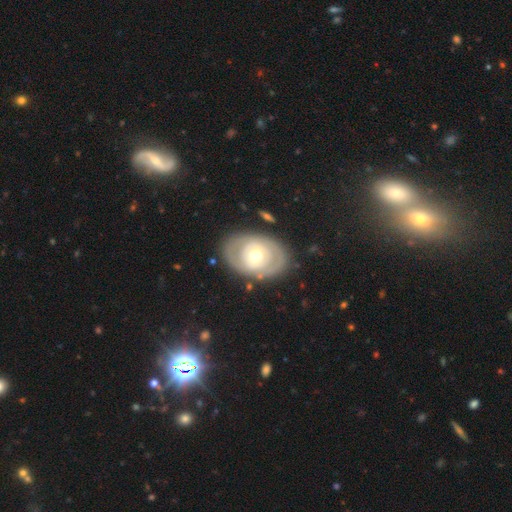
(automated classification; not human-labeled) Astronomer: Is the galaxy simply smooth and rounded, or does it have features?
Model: featured or disk — 70%.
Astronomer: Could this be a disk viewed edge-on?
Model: no — 95%.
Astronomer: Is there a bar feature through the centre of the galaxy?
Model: no — 68%.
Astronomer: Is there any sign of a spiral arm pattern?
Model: no — 52% (runner-up: yes, 48%).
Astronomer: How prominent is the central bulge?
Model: moderate — 69%.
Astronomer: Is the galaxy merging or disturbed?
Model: none — 79%.